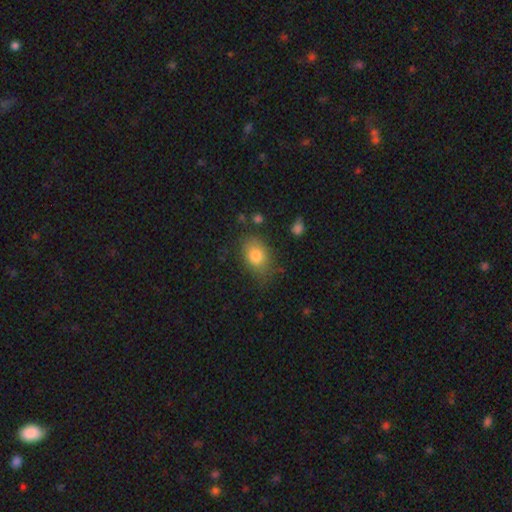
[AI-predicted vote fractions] Smooth or featured?
  - smooth: 80% *
  - featured or disk: 11%
  - star or artifact: 9%
How rounded?
  - in between: 72% *
  - round: 26%
  - cigar-shaped: 1%
Merging?
  - none: 65% *
  - minor disturbance: 25%
  - major disturbance: 8%
  - merger: 3%